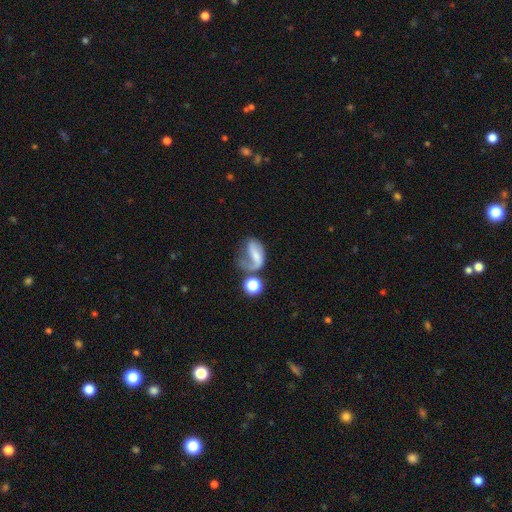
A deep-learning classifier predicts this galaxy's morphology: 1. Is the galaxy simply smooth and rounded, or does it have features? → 56% featured or disk, 34% smooth, 10% star or artifact.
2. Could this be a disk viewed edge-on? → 95% no, 5% yes.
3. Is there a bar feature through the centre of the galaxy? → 40% no, 35% weak, 25% strong.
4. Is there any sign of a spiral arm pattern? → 76% yes, 24% no.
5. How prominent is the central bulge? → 47% small, 24% moderate, 22% none, 5% large, 2% dominant.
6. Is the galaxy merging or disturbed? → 40% major disturbance, 24% none, 19% minor disturbance, 17% merger.